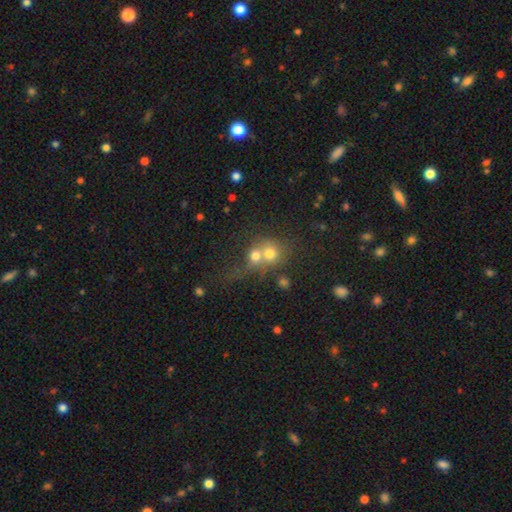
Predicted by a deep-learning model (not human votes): This appears to be a smooth galaxy with no disk features (68%) that is round (78%). Merging: merger (66%).